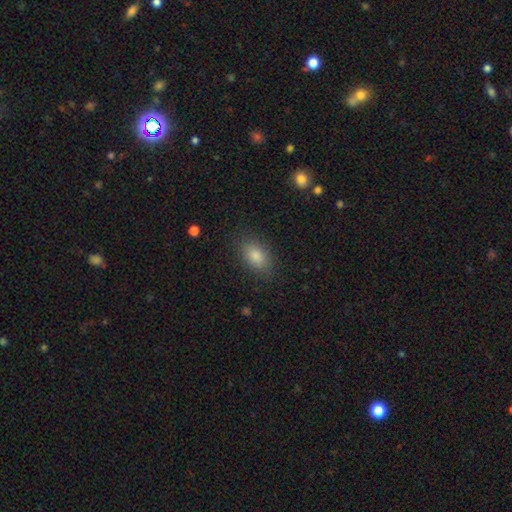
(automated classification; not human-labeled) Overall: smooth (83%). How rounded: in between (85%). Merging: none (86%).